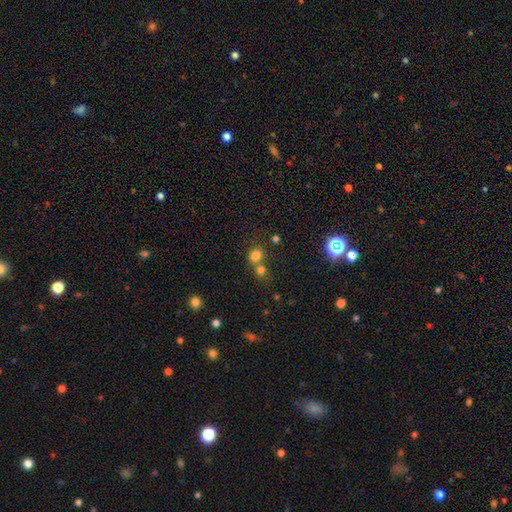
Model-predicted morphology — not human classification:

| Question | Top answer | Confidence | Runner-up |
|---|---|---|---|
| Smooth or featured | smooth | 75% | star or artifact (17%) |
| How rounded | round | 68% | in between (31%) |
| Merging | none | 46% | merger (42%) |